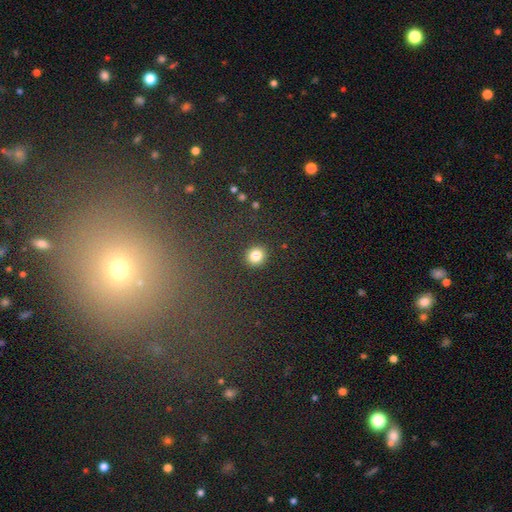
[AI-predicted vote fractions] smooth_or_featured: smooth (p=0.83) [alt: star or artifact p=0.12]
how_rounded: round (p=0.87) [alt: in between p=0.12]
merging: none (p=0.91) [alt: minor disturbance p=0.06]